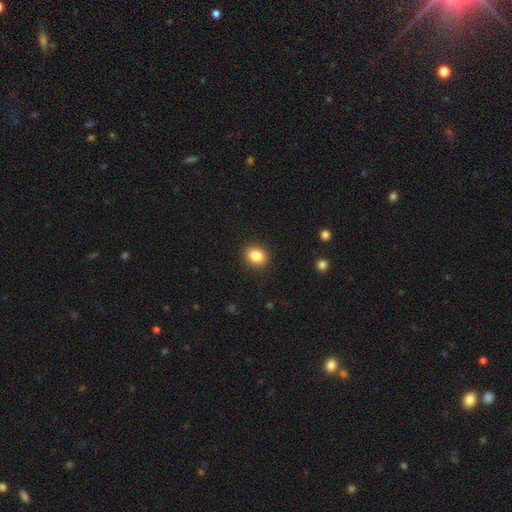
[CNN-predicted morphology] Smooth or featured? Predicted: smooth (p=0.85). How rounded? Predicted: round (p=0.58). Merging? Predicted: none (p=0.90).